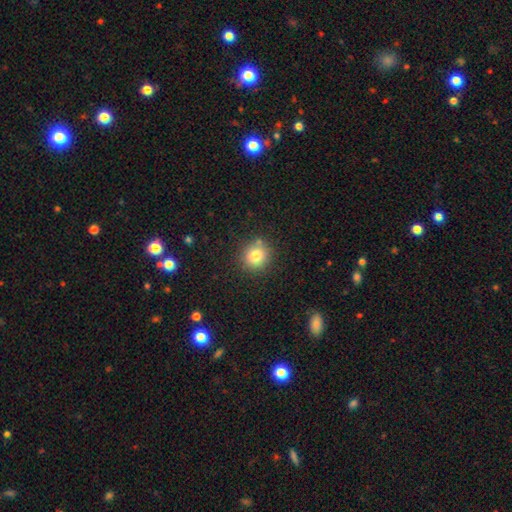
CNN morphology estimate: smooth_or_featured: smooth (p=0.80) [alt: star or artifact p=0.12]
how_rounded: round (p=0.89) [alt: in between p=0.10]
merging: none (p=0.82) [alt: minor disturbance p=0.10]